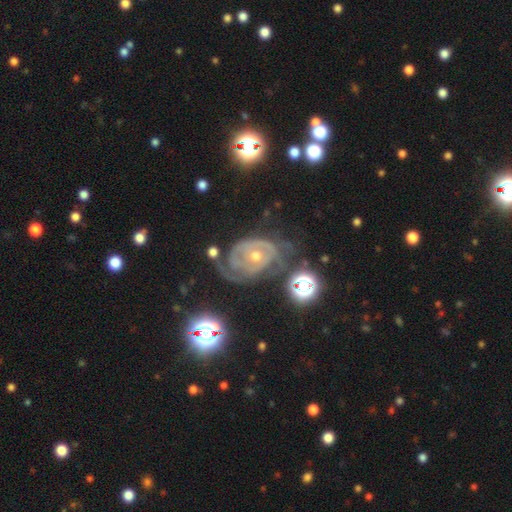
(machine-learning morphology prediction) A featured or disk galaxy (83%) with no bar (72%), 2 (36%) tight (69%) spiral arms (92%) and a moderate central bulge (49%). Merging: none (51%).